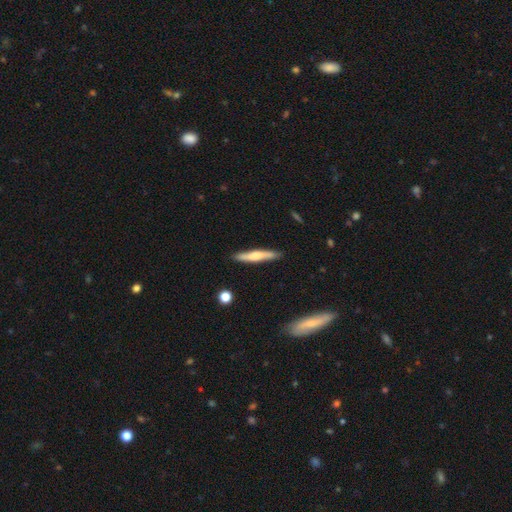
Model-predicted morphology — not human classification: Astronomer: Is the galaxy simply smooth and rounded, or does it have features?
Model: smooth — 52% (runner-up: featured or disk, 43%).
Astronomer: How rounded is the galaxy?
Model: cigar-shaped — 91%.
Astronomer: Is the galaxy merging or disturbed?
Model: none — 87%.